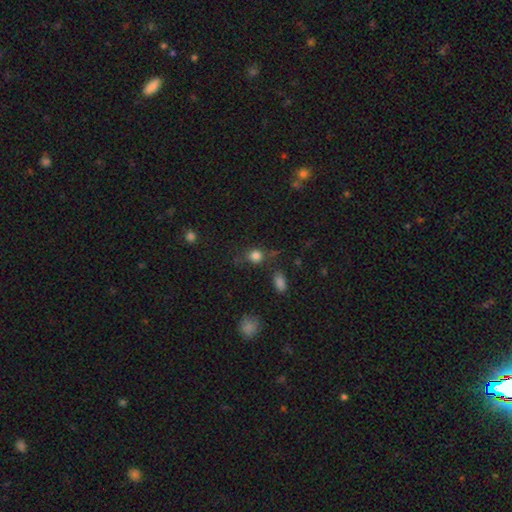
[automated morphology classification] Q: Smooth or featured?
A: smooth (80%); runner-up: star or artifact (14%)
Q: How rounded?
A: round (78%); runner-up: in between (20%)
Q: Merging?
A: none (72%); runner-up: minor disturbance (16%)